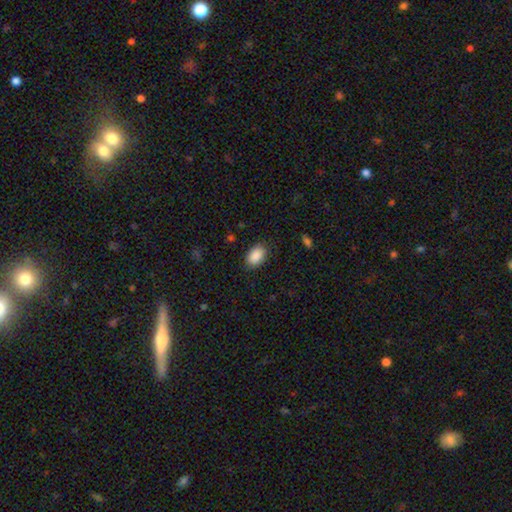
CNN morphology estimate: This appears to be a smooth galaxy with no disk features (90%) that is in between round and cigar-shaped (90%). Merging: none (86%).